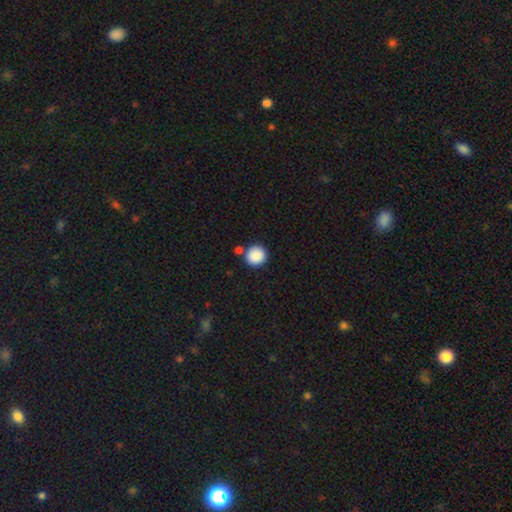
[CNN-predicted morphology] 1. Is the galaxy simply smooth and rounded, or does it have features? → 88% smooth, 8% star or artifact, 3% featured or disk.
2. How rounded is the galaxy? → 94% round, 5% in between, 1% cigar-shaped.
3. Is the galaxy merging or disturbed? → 81% none, 9% merger, 8% minor disturbance, 2% major disturbance.